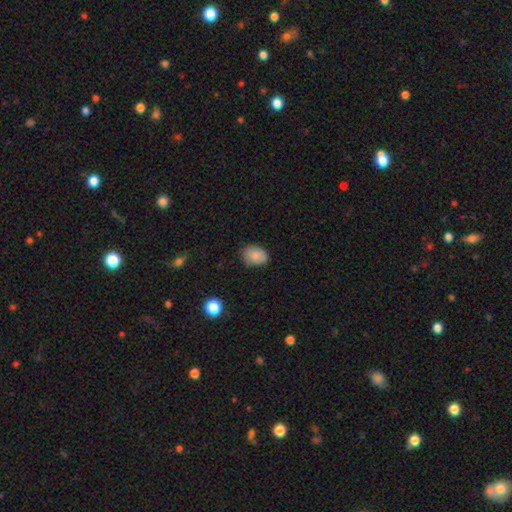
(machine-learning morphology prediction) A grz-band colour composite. It shows a smooth galaxy with no disk features (85%) that is in between round and cigar-shaped (66%). Merging: none (79%).